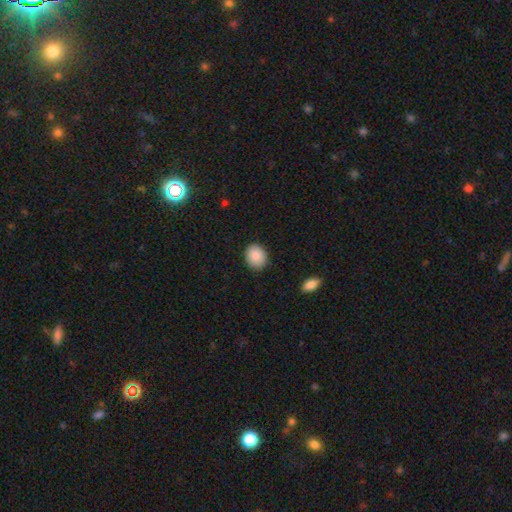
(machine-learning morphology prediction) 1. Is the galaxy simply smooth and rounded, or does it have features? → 88% smooth, 7% star or artifact, 5% featured or disk.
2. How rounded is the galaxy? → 60% round, 39% in between, 1% cigar-shaped.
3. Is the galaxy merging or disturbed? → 88% none, 9% minor disturbance, 2% major disturbance, 1% merger.